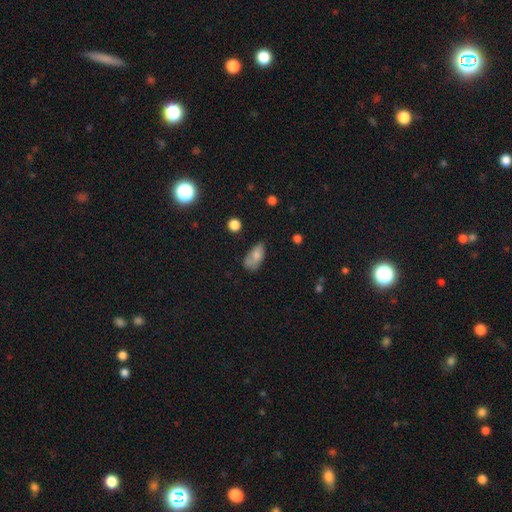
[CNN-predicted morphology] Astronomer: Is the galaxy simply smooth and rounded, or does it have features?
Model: smooth — 72%.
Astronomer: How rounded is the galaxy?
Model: in between — 90%.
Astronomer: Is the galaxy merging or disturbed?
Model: none — 42% (runner-up: minor disturbance, 34%).